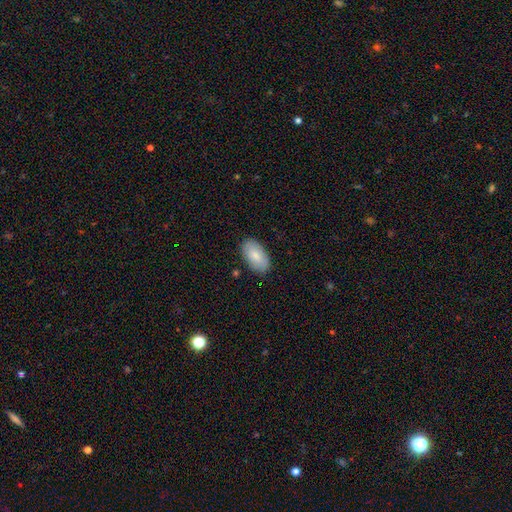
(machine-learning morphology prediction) smooth-or-featured: smooth: 81% | featured or disk: 13% | star or artifact: 6%
  how-rounded: in between: 95% | round: 3% | cigar-shaped: 2%
  merging: none: 86% | minor disturbance: 11% | major disturbance: 2% | merger: 1%